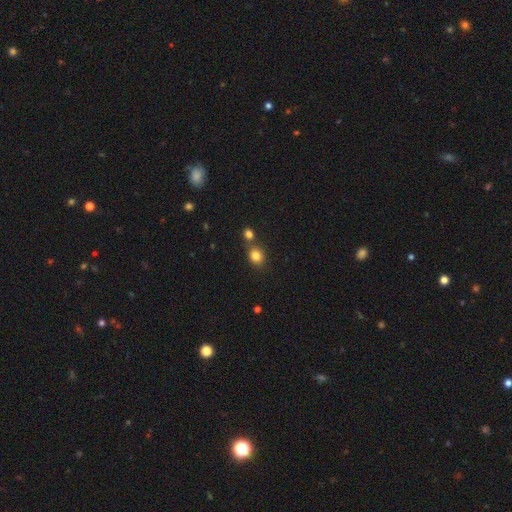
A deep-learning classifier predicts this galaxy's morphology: This is clearly a smooth galaxy (81%). How rounded: possibly round (60%). Merging: likely none (63%).